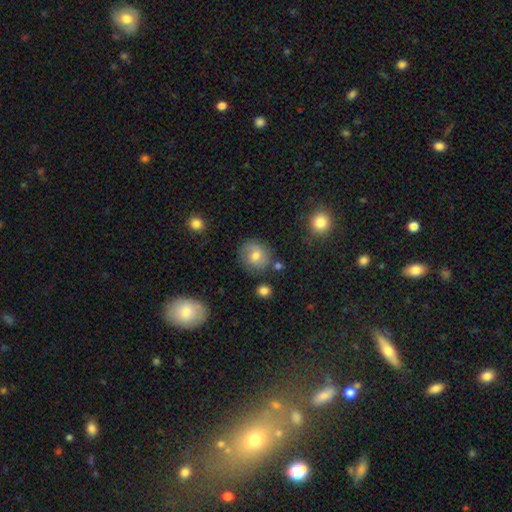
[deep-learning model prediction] Q: Smooth or featured?
A: smooth (70%); runner-up: featured or disk (20%)
Q: How rounded?
A: round (85%); runner-up: in between (14%)
Q: Merging?
A: none (77%); runner-up: minor disturbance (14%)